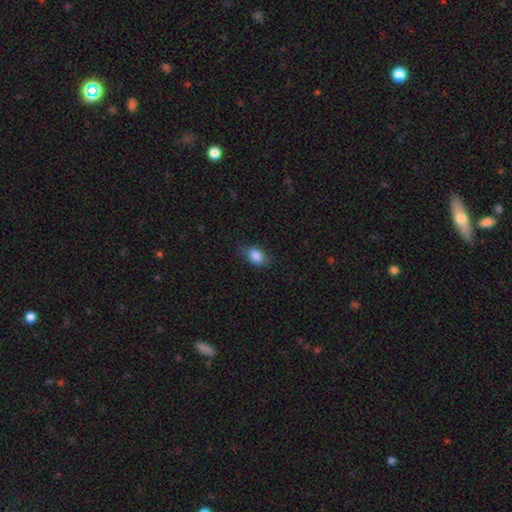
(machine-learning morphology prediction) The model was most divided on "merging": none: 74%, minor disturbance: 20%, major disturbance: 5%, merger: 1%. More confident: smooth or featured — smooth (85%); how rounded — in between (79%).